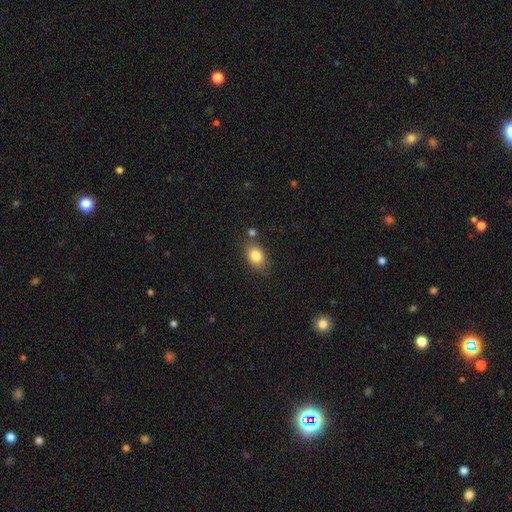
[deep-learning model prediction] The model was most divided on "how rounded": in between: 76%, round: 23%, cigar-shaped: 2%. More confident: smooth or featured — smooth (83%); merging — none (72%).